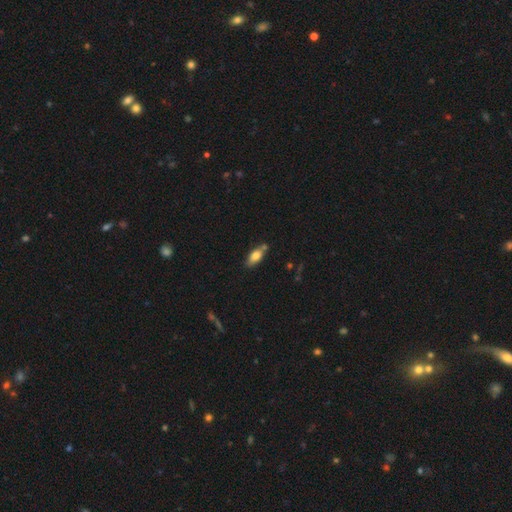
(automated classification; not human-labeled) Smooth or featured?
  - smooth: 73% *
  - featured or disk: 20%
  - star or artifact: 7%
How rounded?
  - in between: 79% *
  - cigar-shaped: 18%
  - round: 3%
Merging?
  - none: 66% *
  - minor disturbance: 18%
  - merger: 12%
  - major disturbance: 4%